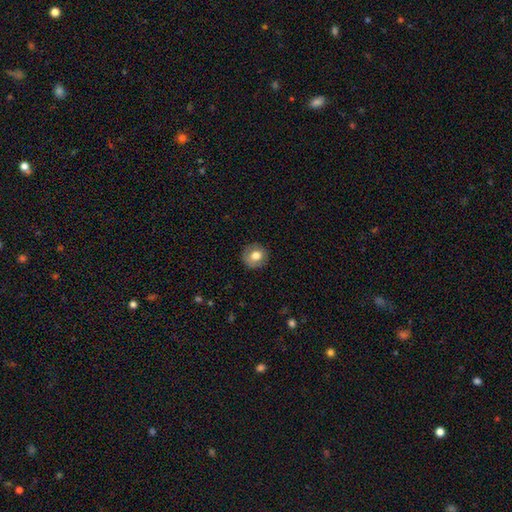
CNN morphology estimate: Q: Smooth or featured?
A: smooth (72%); runner-up: featured or disk (20%)
Q: How rounded?
A: round (90%); runner-up: in between (9%)
Q: Merging?
A: none (88%); runner-up: minor disturbance (9%)